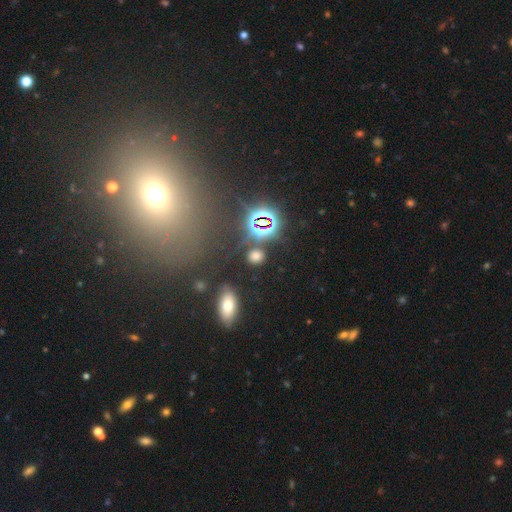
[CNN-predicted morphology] Smooth or featured? Predicted: smooth (p=0.58). How rounded? Predicted: round (p=0.74). Merging? Predicted: none (p=0.81).